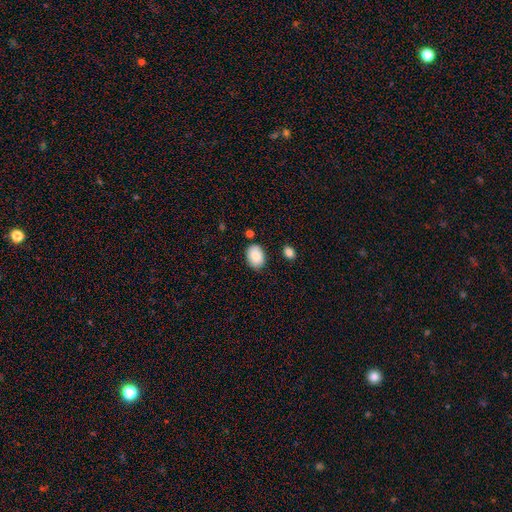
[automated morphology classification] smooth 87%, star or artifact 7%, featured or disk 6%. Down the decision tree: how rounded — in between (75%); merging — none (81%).